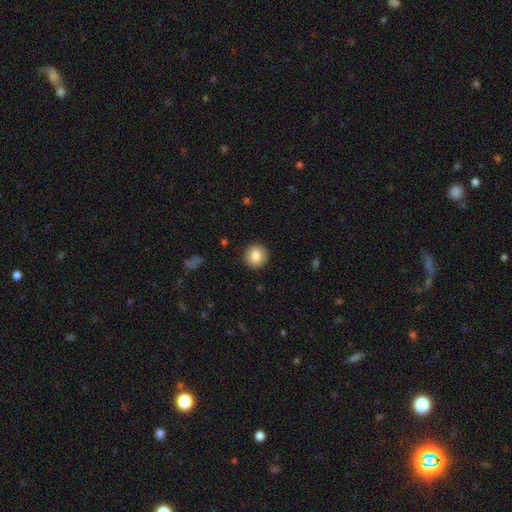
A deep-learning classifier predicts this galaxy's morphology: Smooth or featured? Predicted: smooth (p=0.85). How rounded? Predicted: round (p=0.93). Merging? Predicted: none (p=0.91).